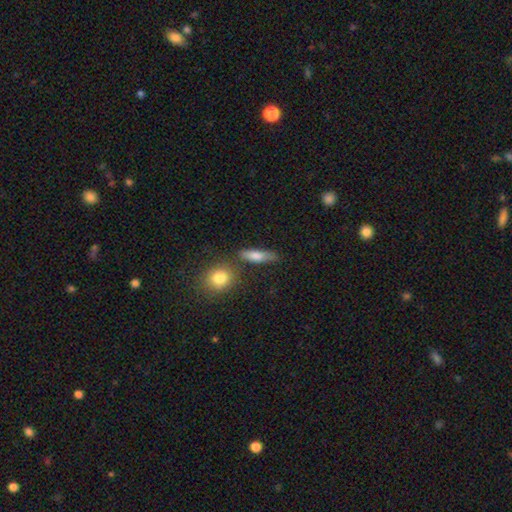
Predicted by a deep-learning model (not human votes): smooth 70%, featured or disk 21%, star or artifact 9%. Down the decision tree: how rounded — cigar-shaped (58%); merging — none (76%).